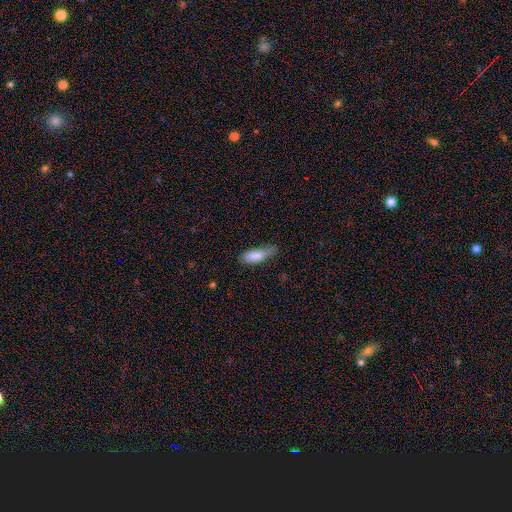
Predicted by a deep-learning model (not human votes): smooth 83%, featured or disk 11%, star or artifact 6%. Down the decision tree: how rounded — in between (56%); merging — none (54%).